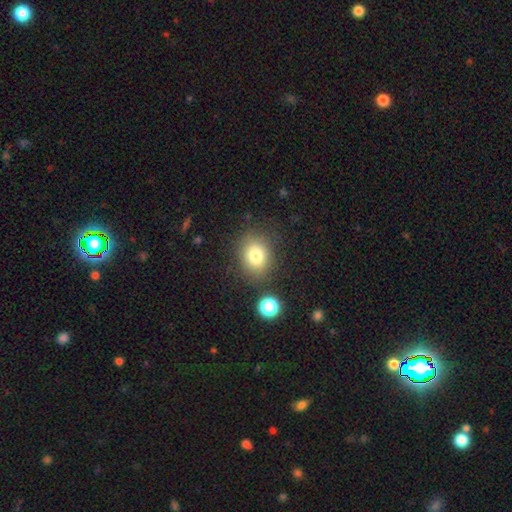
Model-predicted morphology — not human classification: Smooth or featured? Predicted: smooth (p=0.79). How rounded? Predicted: round (p=0.60). Merging? Predicted: none (p=0.78).